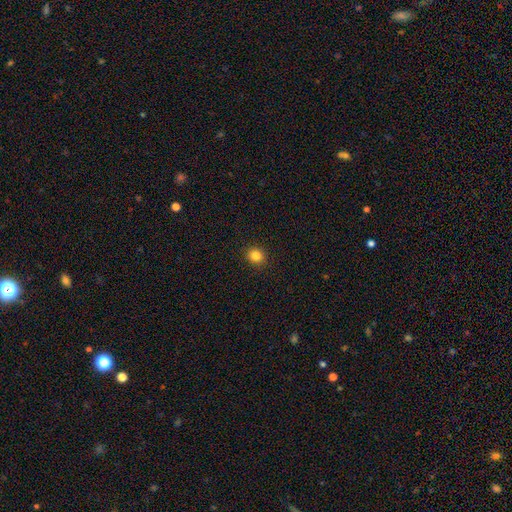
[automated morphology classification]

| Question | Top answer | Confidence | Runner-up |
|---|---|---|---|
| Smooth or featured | smooth | 84% | star or artifact (11%) |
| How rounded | round | 81% | in between (18%) |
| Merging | none | 92% | minor disturbance (6%) |